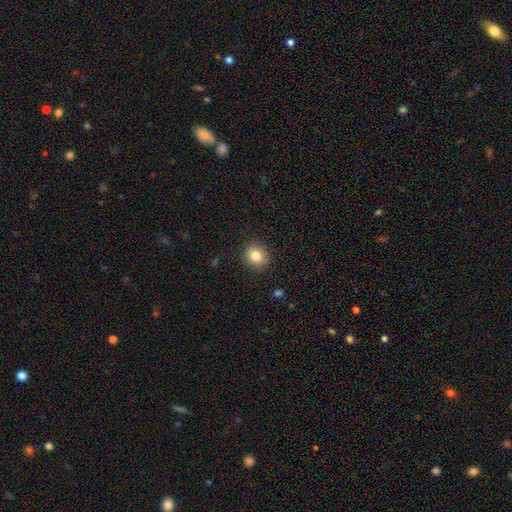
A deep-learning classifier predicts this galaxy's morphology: type=smooth (83%); roundness=round (81%); merging=none (89%).